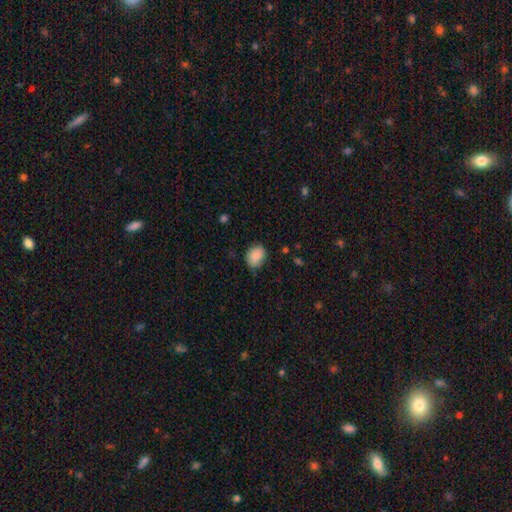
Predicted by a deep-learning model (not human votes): smooth_or_featured: smooth (p=0.87) [alt: star or artifact p=0.07]
how_rounded: in between (p=0.57) [alt: round p=0.42]
merging: none (p=0.73) [alt: minor disturbance p=0.21]